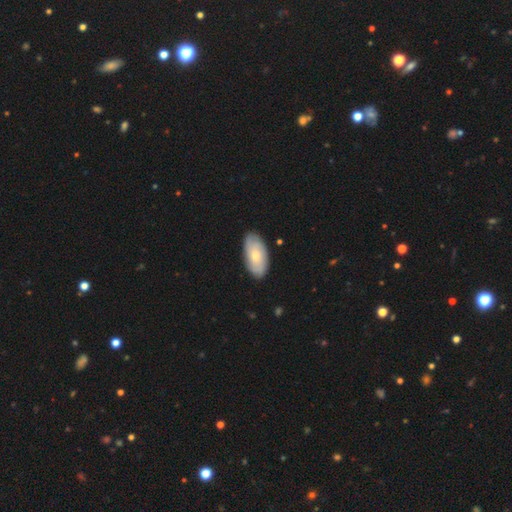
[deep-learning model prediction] smooth_or_featured: smooth (p=0.59) [alt: featured or disk p=0.36]
how_rounded: in between (p=0.93) [alt: cigar-shaped p=0.04]
merging: none (p=0.84) [alt: minor disturbance p=0.12]